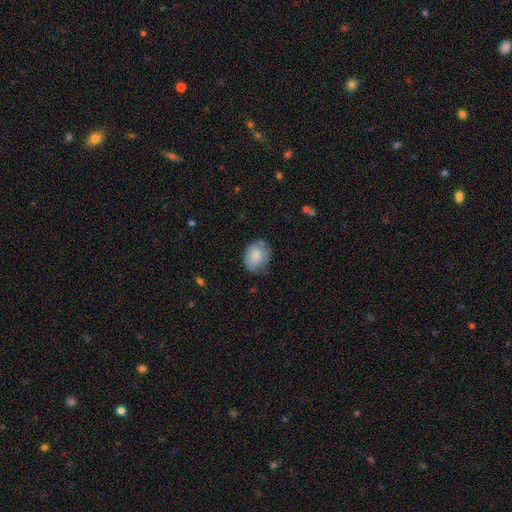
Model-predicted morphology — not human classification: This is clearly a smooth galaxy (84%). How rounded: likely in between (65%). Merging: likely none (66%).